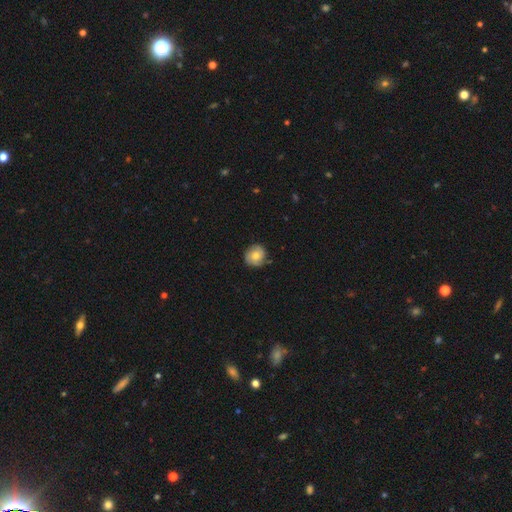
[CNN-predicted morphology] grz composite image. It shows a smooth galaxy with no disk features (61%) that is round (88%). Merging: none (76%).